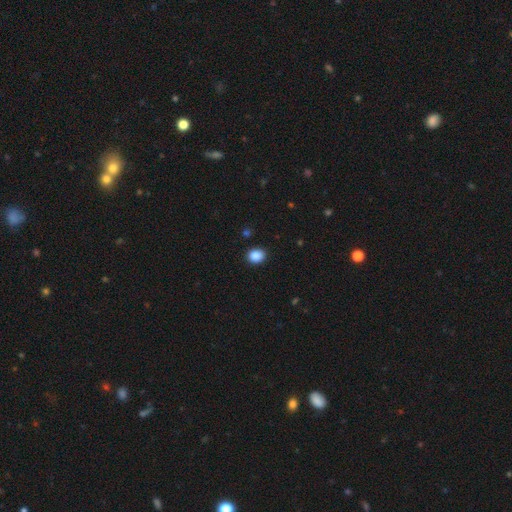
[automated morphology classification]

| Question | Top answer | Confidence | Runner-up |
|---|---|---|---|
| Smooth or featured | smooth | 88% | star or artifact (9%) |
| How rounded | round | 58% | in between (41%) |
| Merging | none | 90% | minor disturbance (7%) |